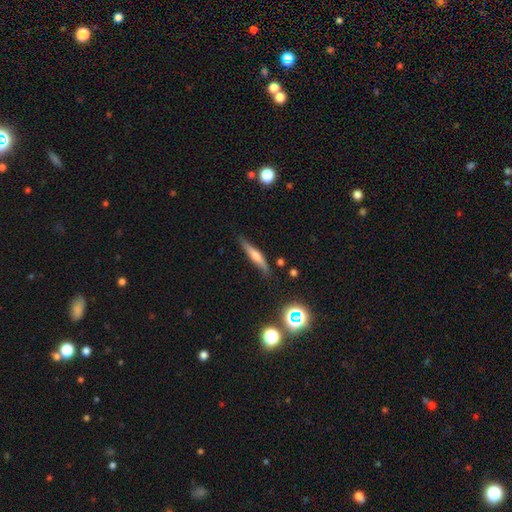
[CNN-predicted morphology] Smooth or featured?
  - featured or disk: 48% *
  - smooth: 42%
  - star or artifact: 9%
Merging?
  - none: 81% *
  - minor disturbance: 14%
  - major disturbance: 3%
  - merger: 2%